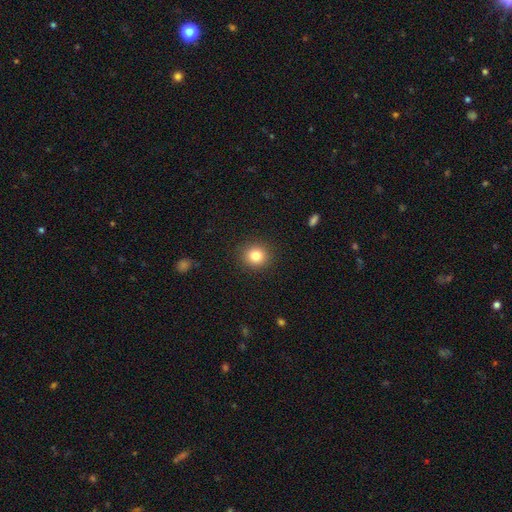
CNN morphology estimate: Smooth or featured? Predicted: smooth (p=0.83). How rounded? Predicted: round (p=0.89). Merging? Predicted: none (p=0.91).